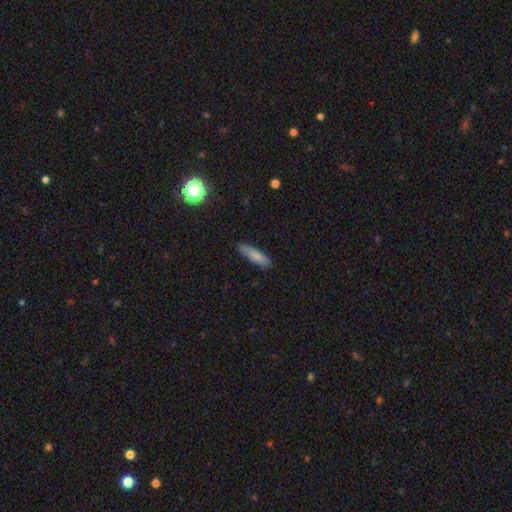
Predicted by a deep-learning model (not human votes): smooth-or-featured: smooth: 82% | featured or disk: 11% | star or artifact: 7%
  how-rounded: cigar-shaped: 67% | in between: 31% | round: 2%
  merging: none: 79% | minor disturbance: 16% | major disturbance: 3% | merger: 1%